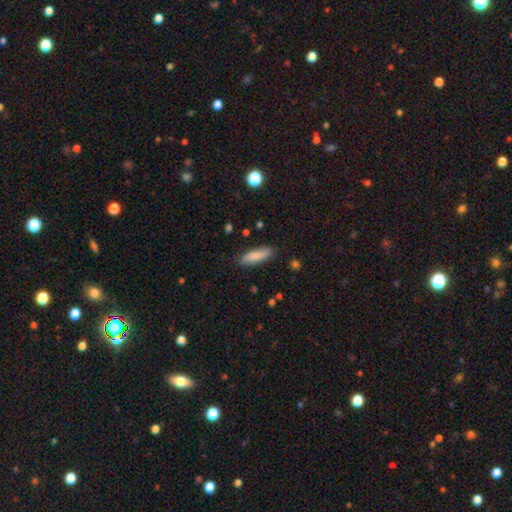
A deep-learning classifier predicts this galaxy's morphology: type=smooth (84%); roundness=cigar-shaped (56%); merging=none (84%).